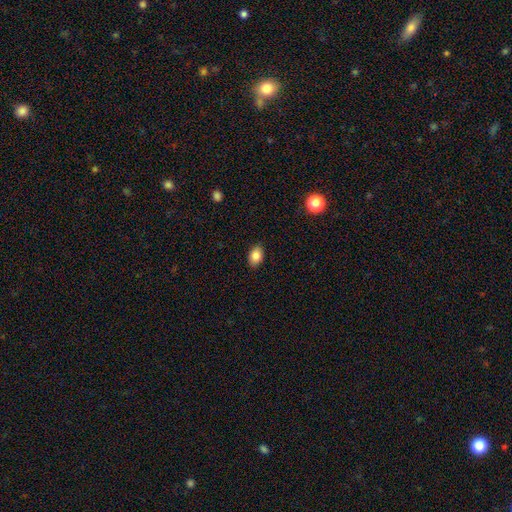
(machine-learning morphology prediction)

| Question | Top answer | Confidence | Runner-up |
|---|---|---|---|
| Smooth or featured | smooth | 85% | star or artifact (8%) |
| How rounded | in between | 83% | round (16%) |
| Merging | none | 88% | minor disturbance (9%) |